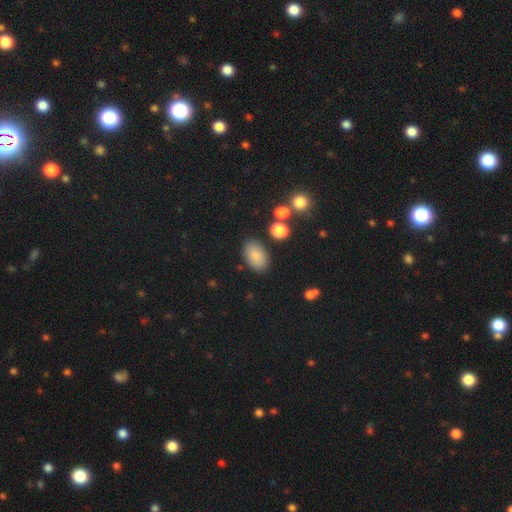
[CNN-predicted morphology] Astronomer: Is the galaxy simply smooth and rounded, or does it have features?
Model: smooth — 83%.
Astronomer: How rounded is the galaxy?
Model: in between — 90%.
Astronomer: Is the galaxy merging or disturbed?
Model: none — 84%.